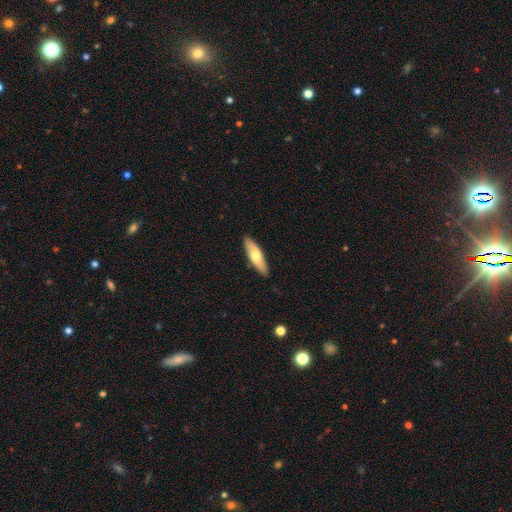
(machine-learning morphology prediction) Smooth or featured? smooth (57%)
How rounded? cigar-shaped (52%)
Merging? none (88%)